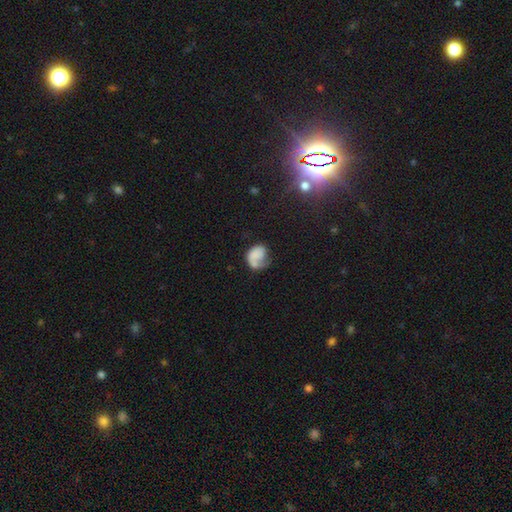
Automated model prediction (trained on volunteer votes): Smooth or featured? Predicted: smooth (p=0.53). How rounded? Predicted: in between (p=0.58). Merging? Predicted: major disturbance (p=0.35).